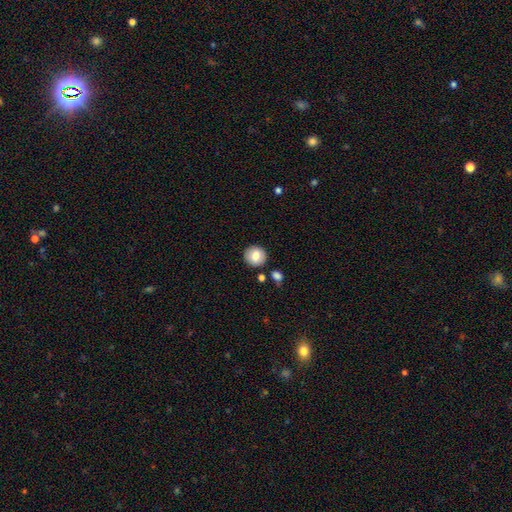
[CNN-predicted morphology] Q: Smooth or featured?
A: smooth (79%); runner-up: featured or disk (13%)
Q: How rounded?
A: round (90%); runner-up: in between (9%)
Q: Merging?
A: none (86%); runner-up: minor disturbance (8%)